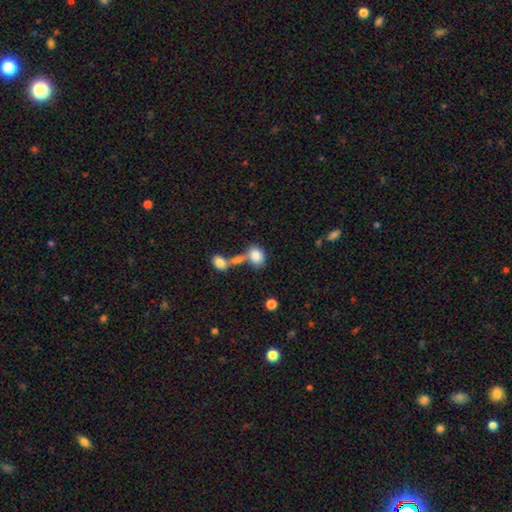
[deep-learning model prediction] Smooth or featured?
  - smooth: 82% *
  - featured or disk: 10%
  - star or artifact: 8%
How rounded?
  - in between: 77% *
  - round: 21%
  - cigar-shaped: 2%
Merging?
  - merger: 46% *
  - none: 35%
  - minor disturbance: 12%
  - major disturbance: 7%